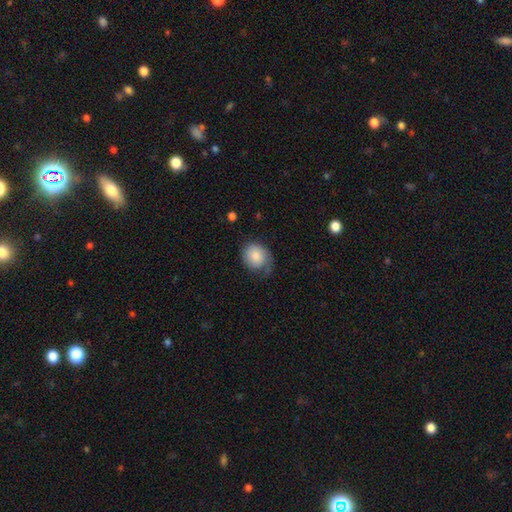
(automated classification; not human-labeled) Smooth or featured: smooth — 77% (featured or disk — 17%)
How rounded: round — 63% (in between — 37%)
Merging: none — 46% (minor disturbance — 32%)